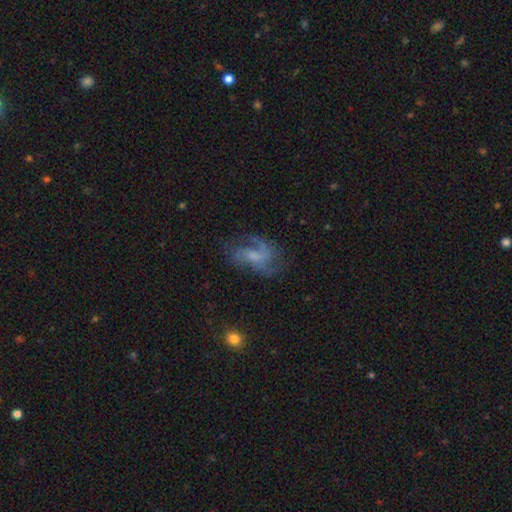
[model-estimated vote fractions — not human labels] smooth_or_featured: featured or disk (p=0.73) [alt: smooth p=0.18]
disk_edge_on: no (p=0.97) [alt: yes p=0.03]
bar: no (p=0.47) [alt: weak p=0.43]
has_spiral_arms: yes (p=0.87) [alt: no p=0.13]
spiral_winding: loose (p=0.45) [alt: medium p=0.42]
spiral_arm_count: 2 (p=0.41) [alt: 3 p=0.20]
bulge_size: small (p=0.43) [alt: moderate p=0.30]
merging: none (p=0.51) [alt: major disturbance p=0.27]